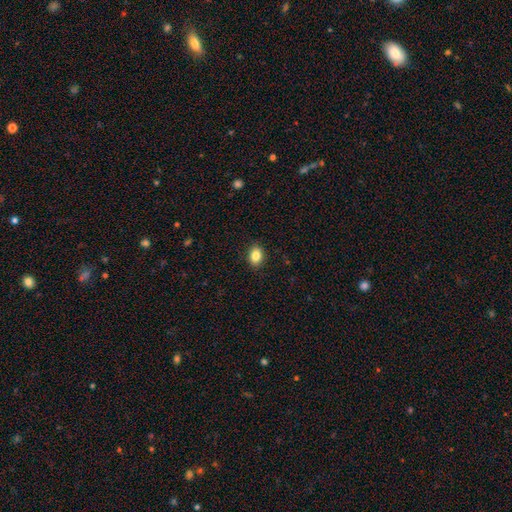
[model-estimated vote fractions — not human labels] A smooth galaxy with no disk features (85%) that is in between round and cigar-shaped (65%). Merging: none (90%).